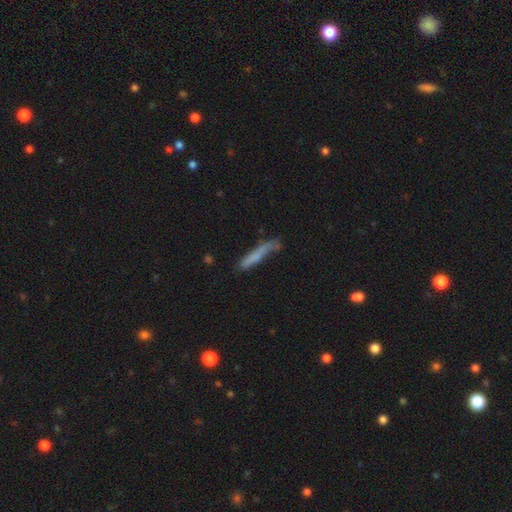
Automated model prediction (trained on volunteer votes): A smooth galaxy with no disk features (68%) that is cigar-shaped (91%). Merging: none (55%).